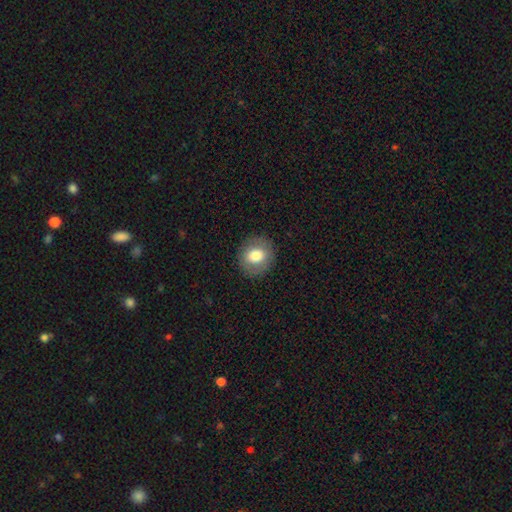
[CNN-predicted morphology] Smooth or featured? smooth (76%)
How rounded? round (78%)
Merging? none (88%)